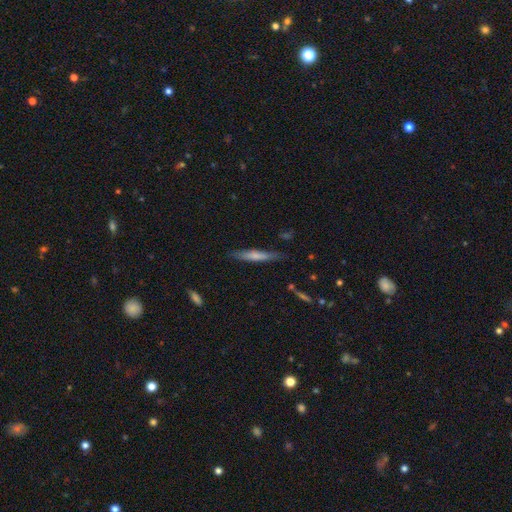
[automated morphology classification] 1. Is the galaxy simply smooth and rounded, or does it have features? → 62% smooth, 32% featured or disk, 6% star or artifact.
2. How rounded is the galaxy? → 91% cigar-shaped, 8% in between, 2% round.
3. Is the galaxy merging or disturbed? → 79% none, 16% minor disturbance, 3% major disturbance, 2% merger.